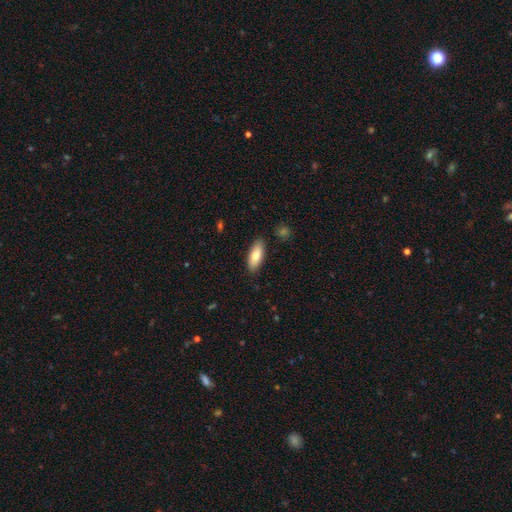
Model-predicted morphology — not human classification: type=smooth (79%); roundness=in between (78%); merging=none (87%).